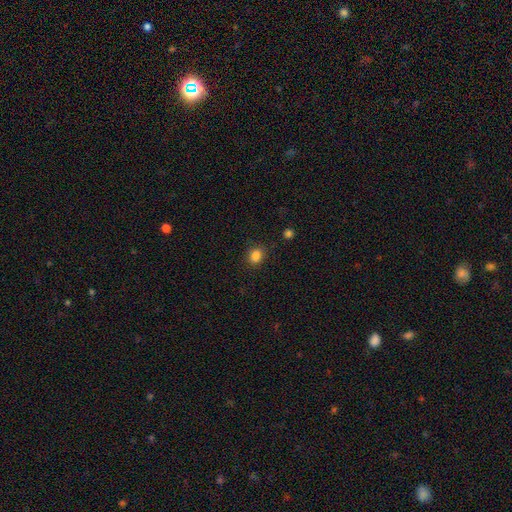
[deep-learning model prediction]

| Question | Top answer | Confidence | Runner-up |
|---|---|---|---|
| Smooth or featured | smooth | 85% | star or artifact (11%) |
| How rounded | round | 60% | in between (39%) |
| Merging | none | 85% | minor disturbance (10%) |